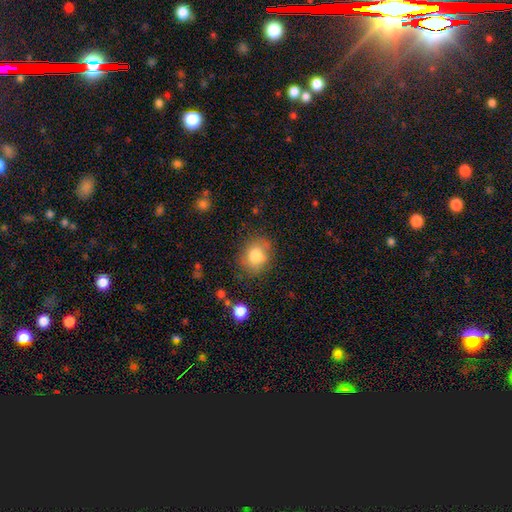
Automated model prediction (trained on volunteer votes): This appears to be a smooth galaxy with no disk features (81%) that is round (64%). Merging: none (75%).